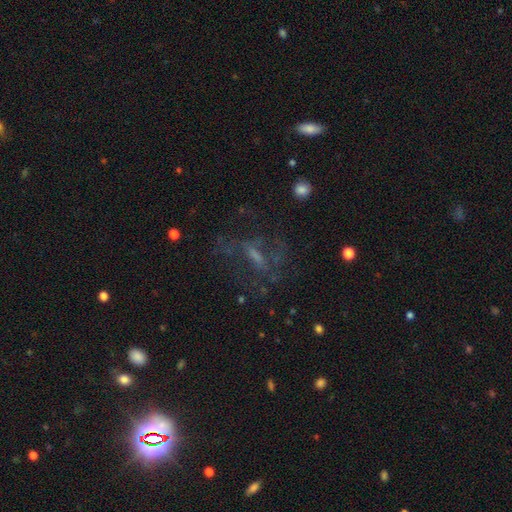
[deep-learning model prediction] Smooth or featured: featured or disk — 55% (smooth — 25%)
Edge-on disk: no — 88% (yes — 12%)
Merging: none — 53% (major disturbance — 27%)